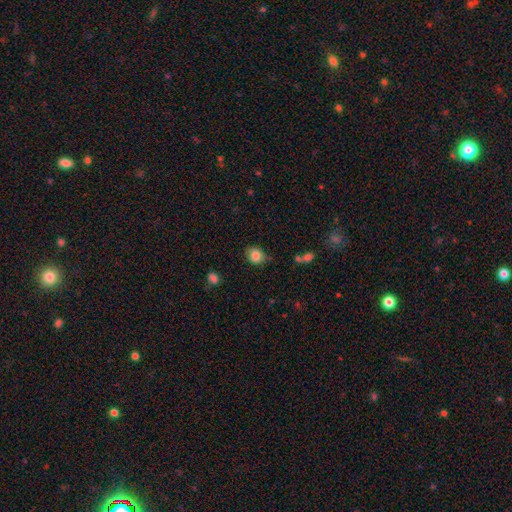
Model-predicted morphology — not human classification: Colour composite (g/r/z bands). It shows a smooth galaxy with no disk features (84%) that is round (54%). Merging: none (73%).